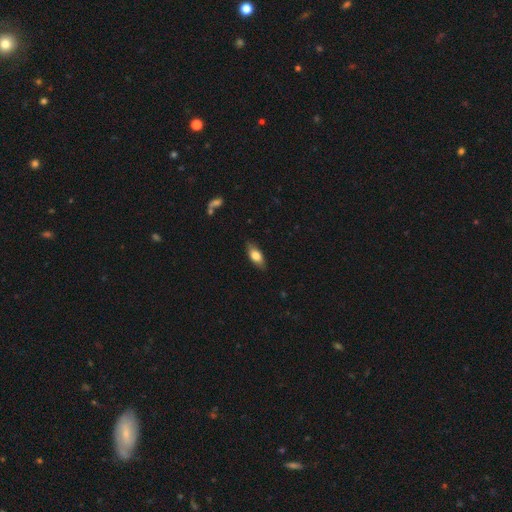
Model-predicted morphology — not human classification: A smooth galaxy with no disk features (73%) that is in between round and cigar-shaped (80%).

Vote fractions:
- Smooth or featured? smooth: 73% / featured or disk: 20% / star or artifact: 7%
- How rounded? in between: 80% / cigar-shaped: 17% / round: 4%
- Merging? none: 83% / minor disturbance: 13% / major disturbance: 3% / merger: 1%